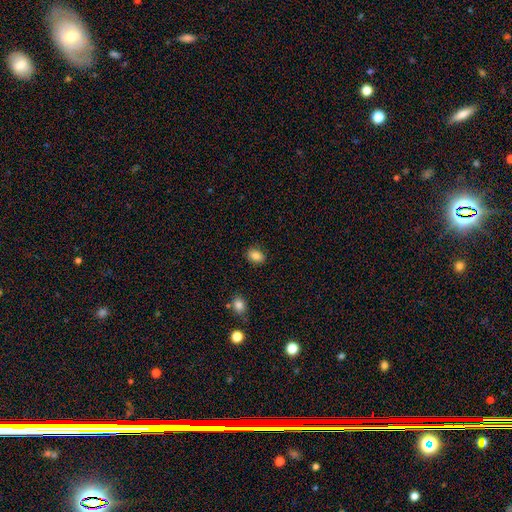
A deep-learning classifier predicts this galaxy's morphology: smooth-or-featured: smooth: 85% | star or artifact: 9% | featured or disk: 6%
  how-rounded: in between: 74% | round: 25% | cigar-shaped: 1%
  merging: none: 86% | minor disturbance: 10% | major disturbance: 2% | merger: 2%